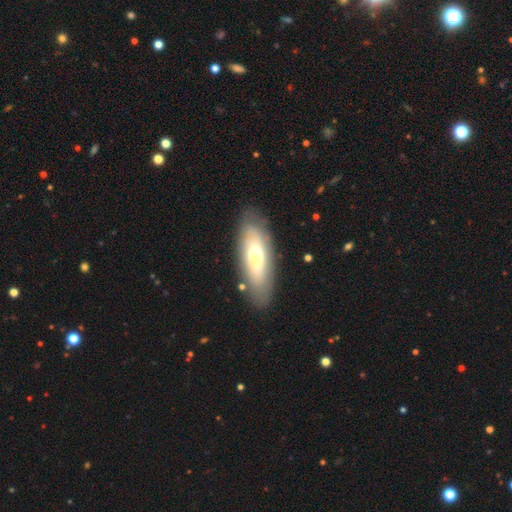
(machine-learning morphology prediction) type=smooth (57%); roundness=in between (65%); merging=none (79%).